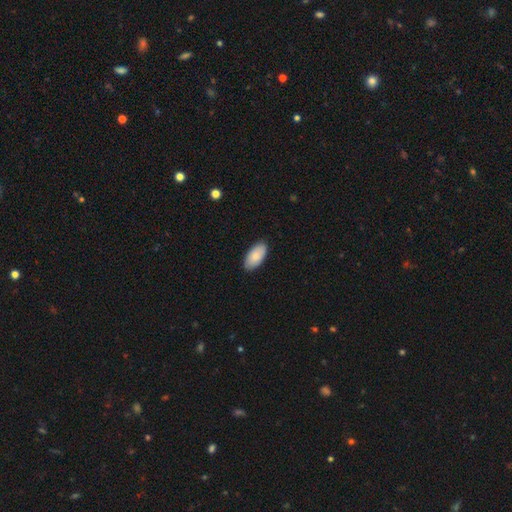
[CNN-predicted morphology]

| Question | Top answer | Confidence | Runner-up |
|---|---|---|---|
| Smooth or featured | smooth | 83% | featured or disk (11%) |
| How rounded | in between | 95% | cigar-shaped (3%) |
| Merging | none | 88% | minor disturbance (9%) |